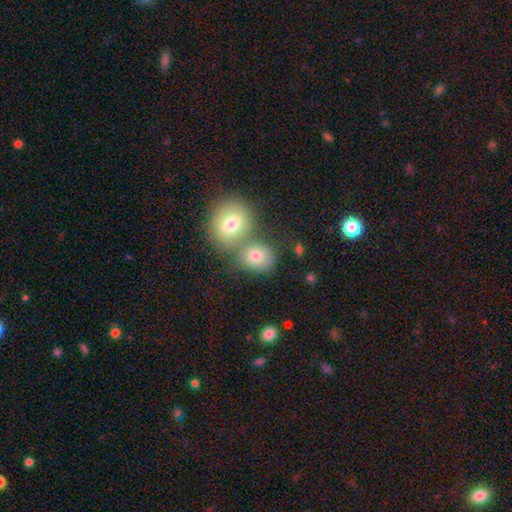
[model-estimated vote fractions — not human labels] Q: Smooth or featured?
A: smooth (75%); runner-up: featured or disk (14%)
Q: How rounded?
A: round (67%); runner-up: in between (32%)
Q: Merging?
A: merger (44%); tied with: none (44%)